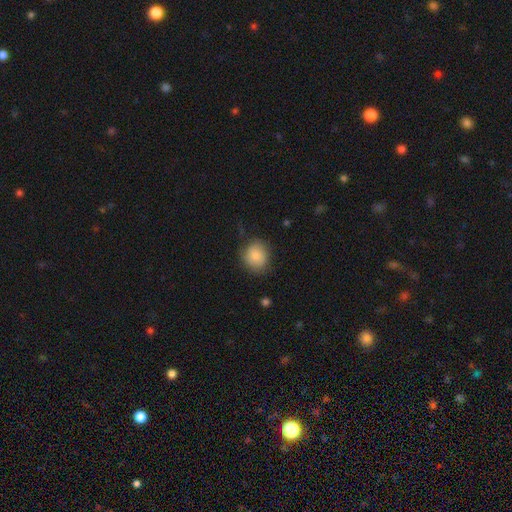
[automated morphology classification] This appears to be a smooth galaxy with no disk features (84%) that is round (72%). Merging: none (72%).